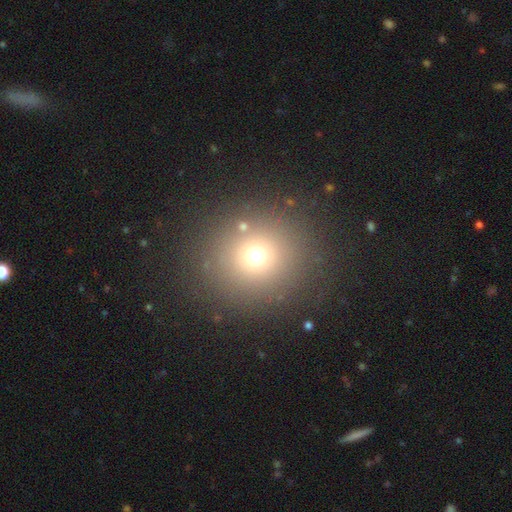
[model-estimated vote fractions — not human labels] Smooth or featured?
  - smooth: 68% *
  - star or artifact: 22%
  - featured or disk: 10%
How rounded?
  - round: 91% *
  - in between: 8%
  - cigar-shaped: 1%
Merging?
  - none: 84% *
  - minor disturbance: 7%
  - major disturbance: 5%
  - merger: 3%